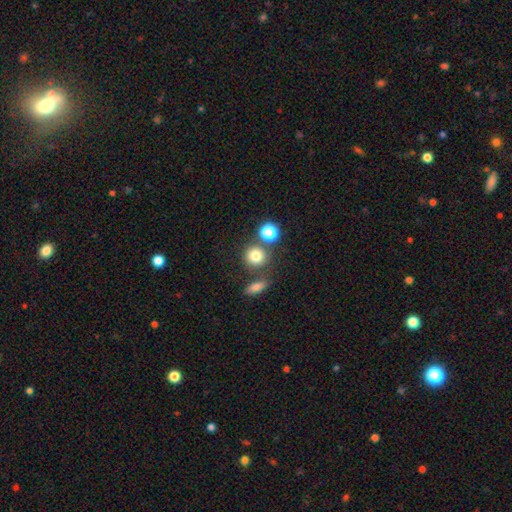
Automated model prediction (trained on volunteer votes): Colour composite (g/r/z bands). It shows a smooth galaxy with no disk features (77%) that is round (86%). Merging: none (70%).